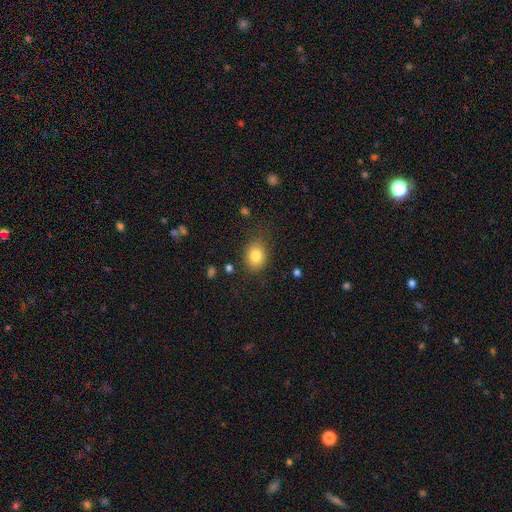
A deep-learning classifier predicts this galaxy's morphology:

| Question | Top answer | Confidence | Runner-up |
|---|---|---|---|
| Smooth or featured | smooth | 81% | star or artifact (10%) |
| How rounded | in between | 54% | round (45%) |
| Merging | none | 78% | minor disturbance (16%) |